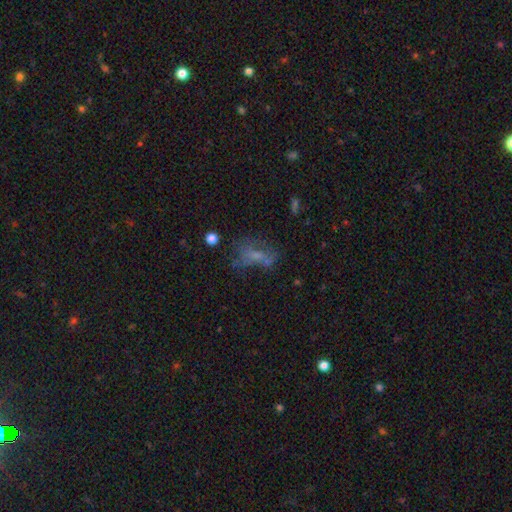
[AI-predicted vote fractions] smooth 40%, featured or disk 37%, star or artifact 23%. Down the decision tree: merging — none (38%).